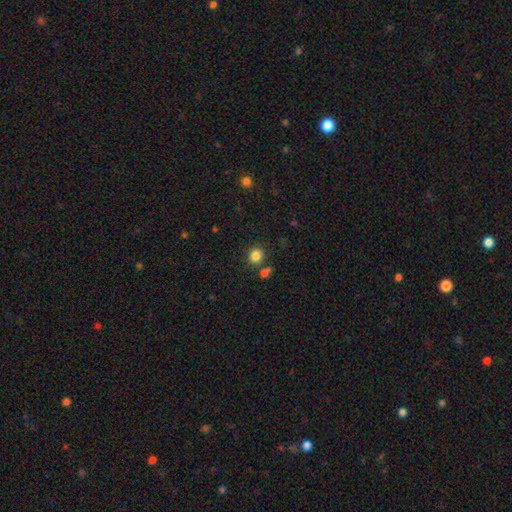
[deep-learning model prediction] Morphology: type=smooth (84%); roundness=round (84%); merging=none (79%).